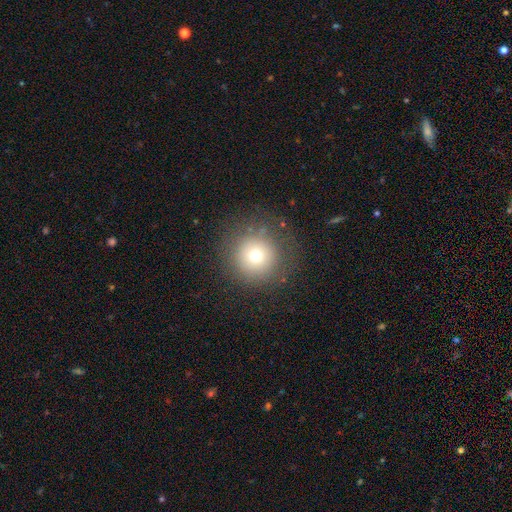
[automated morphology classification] smooth-or-featured: smooth: 70% | star or artifact: 16% | featured or disk: 15%
  how-rounded: round: 95% | in between: 4% | cigar-shaped: 1%
  merging: none: 81% | minor disturbance: 11% | major disturbance: 7% | merger: 1%